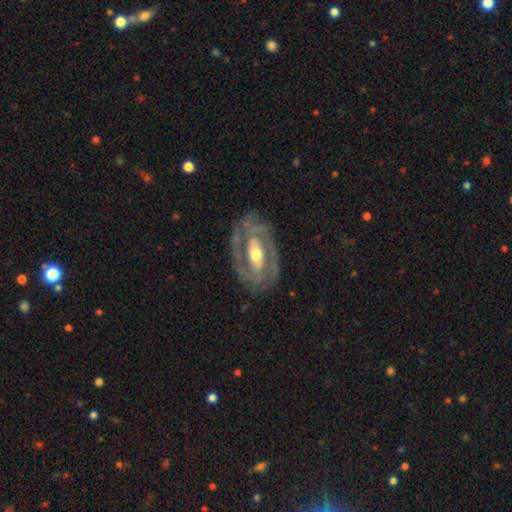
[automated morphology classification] smooth_or_featured: featured or disk (p=0.84) [alt: smooth p=0.11]
disk_edge_on: no (p=0.94) [alt: yes p=0.06]
bar: strong (p=0.36) [alt: no p=0.33]
has_spiral_arms: yes (p=0.81) [alt: no p=0.19]
spiral_winding: tight (p=0.51) [alt: medium p=0.37]
spiral_arm_count: 2 (p=0.76) [alt: can't tell p=0.12]
bulge_size: moderate (p=0.68) [alt: large p=0.15]
merging: none (p=0.75) [alt: minor disturbance p=0.16]